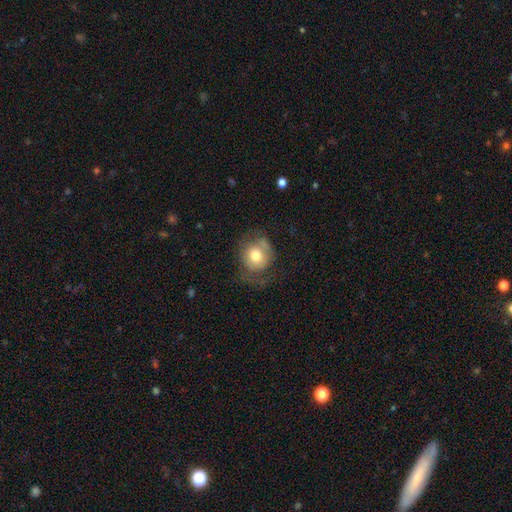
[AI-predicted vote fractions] A smooth galaxy with no disk features (62%) that is round (79%). Merging: none (46%).